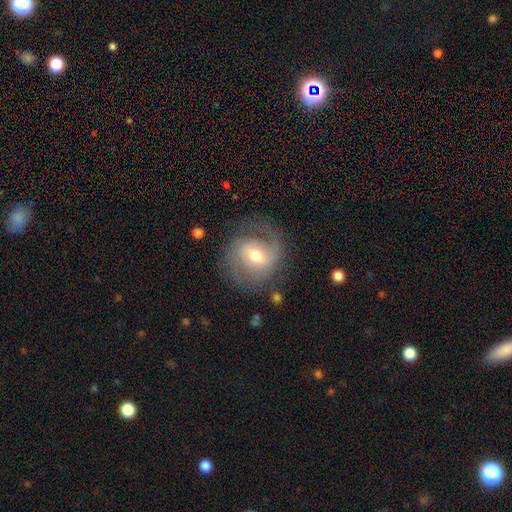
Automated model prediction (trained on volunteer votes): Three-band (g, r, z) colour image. It shows a featured or disk galaxy (74%) with a weak bar (53%), 2 (70%) medium (49%) spiral arms (90%) and a moderate central bulge (68%). Merging: none (68%).